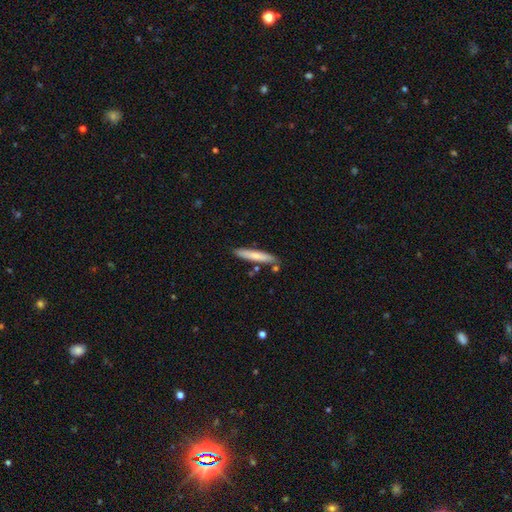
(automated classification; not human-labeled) Overall: smooth (73%). How rounded: cigar-shaped (92%). Merging: none (82%).